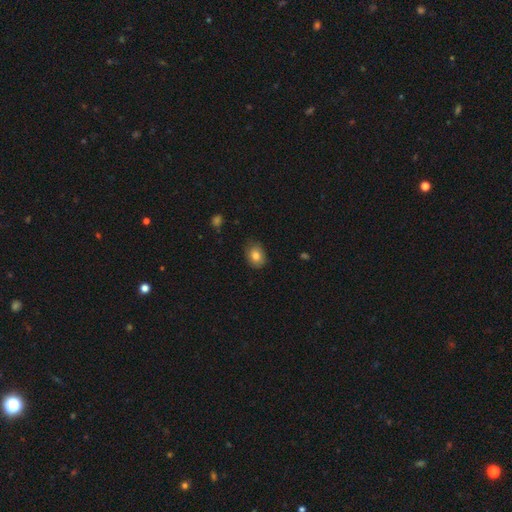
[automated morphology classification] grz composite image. It shows a smooth galaxy with no disk features (82%) that is in between round and cigar-shaped (61%). Merging: none (79%).